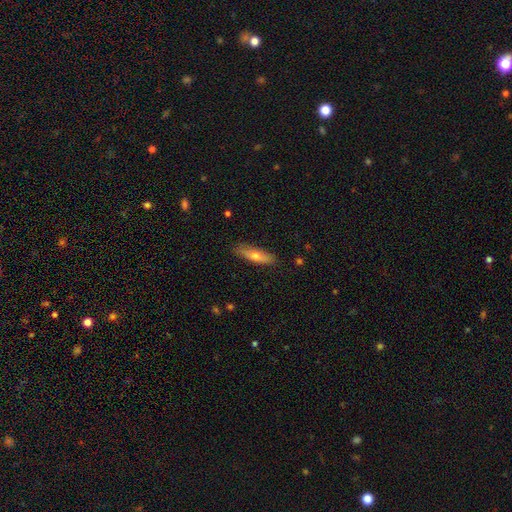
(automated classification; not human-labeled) This is possibly a smooth galaxy (59%). How rounded: likely cigar-shaped (65%). Merging: clearly none (86%).